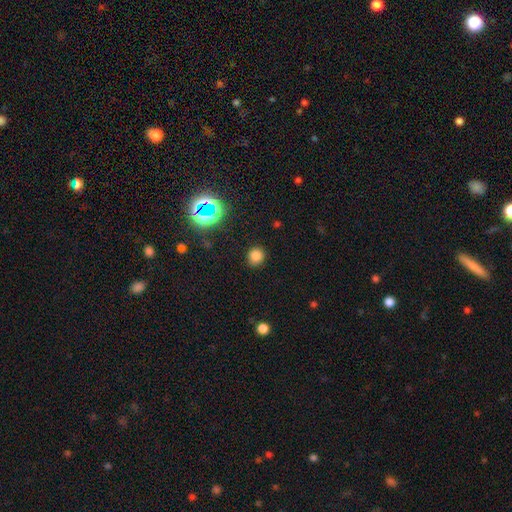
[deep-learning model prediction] smooth_or_featured: smooth (p=0.77) [alt: star or artifact p=0.18]
how_rounded: round (p=0.86) [alt: in between p=0.13]
merging: none (p=0.88) [alt: minor disturbance p=0.08]